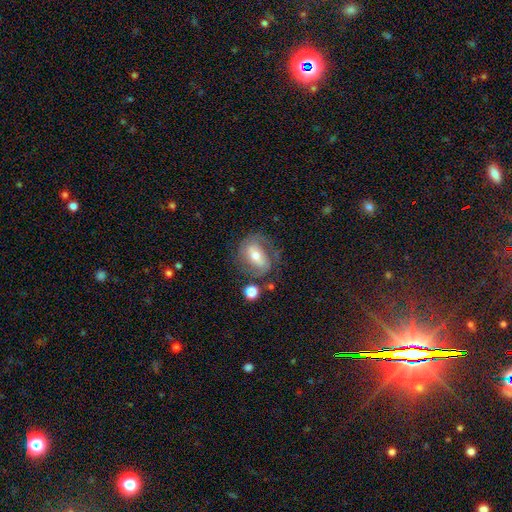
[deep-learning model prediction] Smooth or featured?
  - featured or disk: 63% *
  - smooth: 29%
  - star or artifact: 8%
Edge-on disk?
  - no: 94% *
  - yes: 6%
Bar?
  - strong: 39% *
  - weak: 36%
  - no: 26%
Spiral arms?
  - yes: 75% *
  - no: 25%
Bulge size?
  - moderate: 63% *
  - small: 29%
  - large: 5%
  - dominant: 1%
  - none: 1%
Merging?
  - none: 60% *
  - minor disturbance: 20%
  - major disturbance: 14%
  - merger: 6%